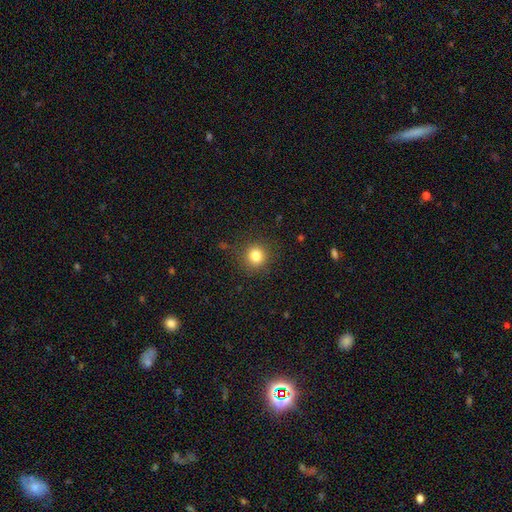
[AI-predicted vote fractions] A smooth galaxy with no disk features (82%) that is round (90%). Merging: none (86%).